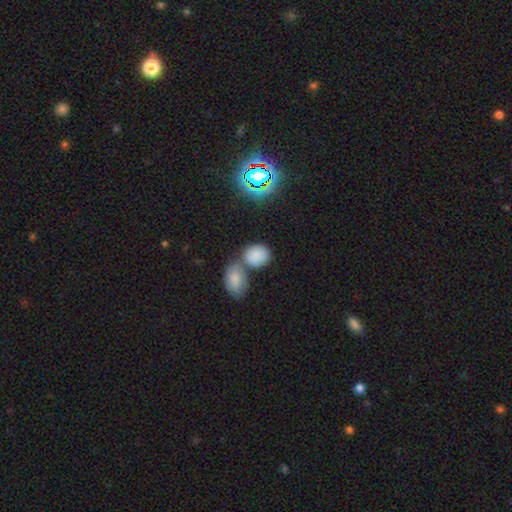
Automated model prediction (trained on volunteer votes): smooth 79%, star or artifact 13%, featured or disk 8%. Down the decision tree: how rounded — in between (57%); merging — merger (42%, tied with none).